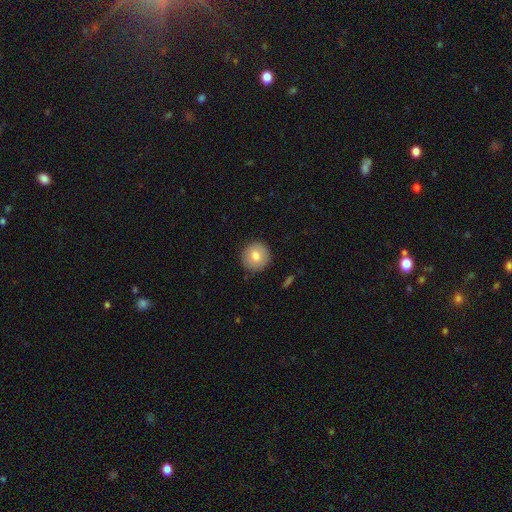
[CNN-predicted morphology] Smooth or featured?
  - smooth: 79% *
  - featured or disk: 13%
  - star or artifact: 8%
How rounded?
  - round: 94% *
  - in between: 5%
  - cigar-shaped: 1%
Merging?
  - none: 89% *
  - minor disturbance: 8%
  - major disturbance: 2%
  - merger: 1%